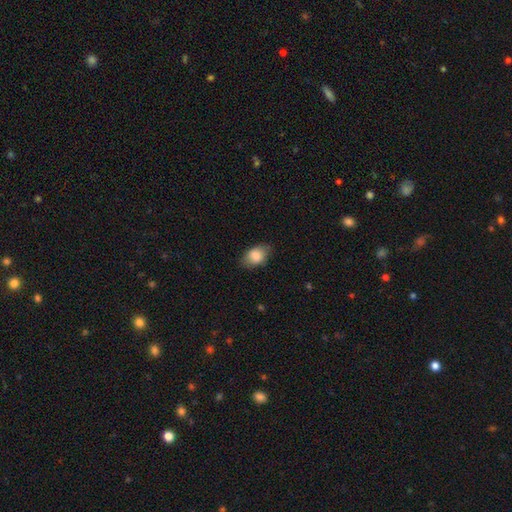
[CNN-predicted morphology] smooth-or-featured: smooth: 83% | featured or disk: 10% | star or artifact: 7%
  how-rounded: in between: 86% | round: 13% | cigar-shaped: 2%
  merging: none: 76% | minor disturbance: 19% | major disturbance: 4% | merger: 1%